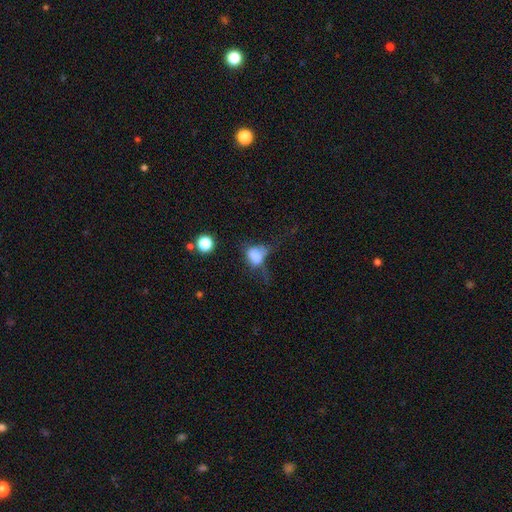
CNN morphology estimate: The model was most divided on "merging": major disturbance: 41%, none: 23%, minor disturbance: 22%, merger: 13%. More confident: smooth or featured — smooth (66%); how rounded — in between (62%).